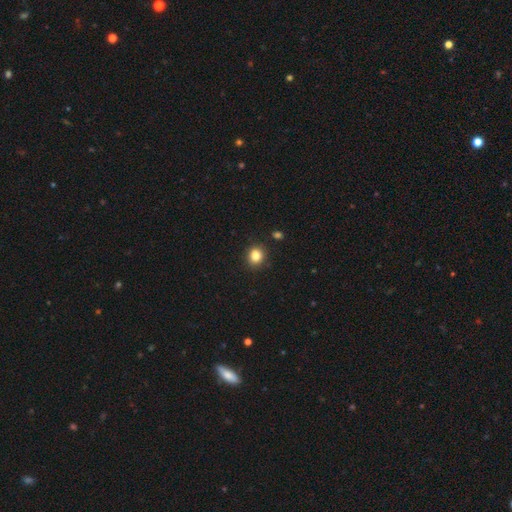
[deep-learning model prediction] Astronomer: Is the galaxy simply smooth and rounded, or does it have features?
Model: smooth — 85%.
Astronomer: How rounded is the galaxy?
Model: round — 74%.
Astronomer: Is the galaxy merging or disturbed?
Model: none — 89%.